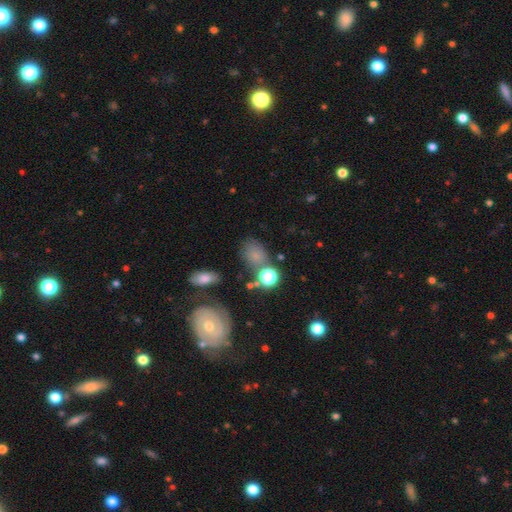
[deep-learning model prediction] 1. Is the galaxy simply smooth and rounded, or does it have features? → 68% smooth, 19% star or artifact, 13% featured or disk.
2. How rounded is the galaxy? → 58% in between, 40% round, 2% cigar-shaped.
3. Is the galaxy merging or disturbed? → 62% none, 18% minor disturbance, 13% merger, 7% major disturbance.